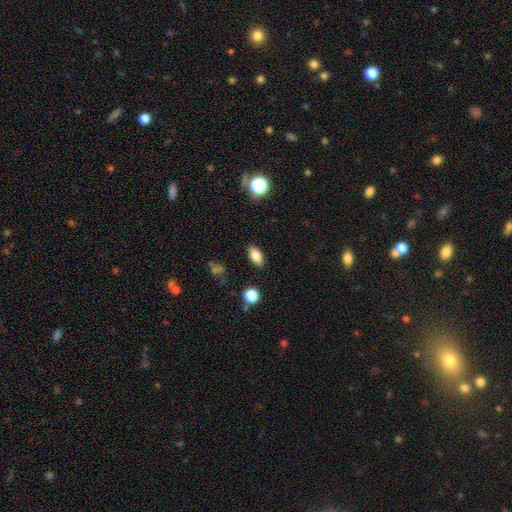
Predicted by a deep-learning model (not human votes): smooth-or-featured: smooth: 82% | star or artifact: 10% | featured or disk: 9%
  how-rounded: in between: 87% | round: 7% | cigar-shaped: 6%
  merging: none: 87% | minor disturbance: 9% | major disturbance: 2% | merger: 2%